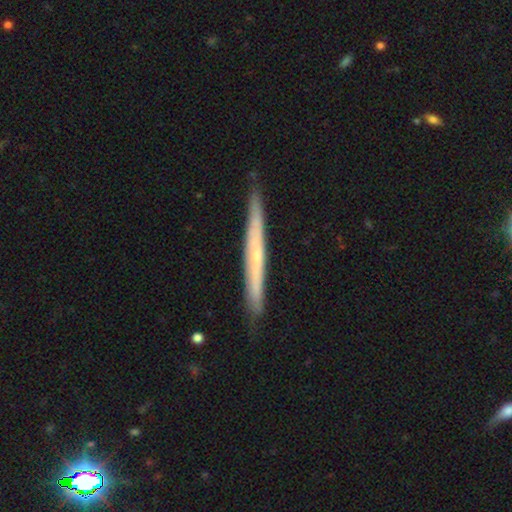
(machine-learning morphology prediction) Overall: featured or disk (59%; smooth 35%). Edge-on disk: yes (95%). Edge-on bulge: none (64%; rounded 32%). Merging: none (88%).